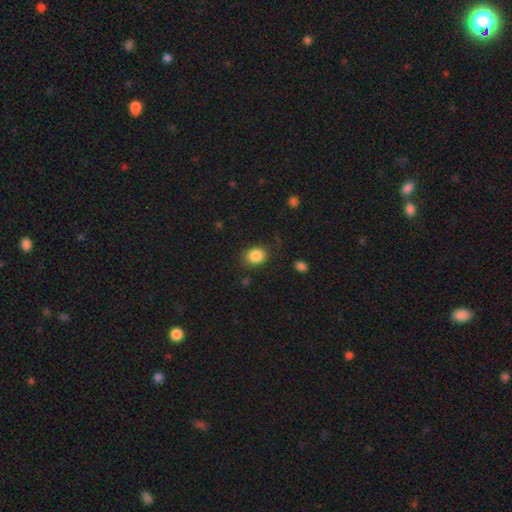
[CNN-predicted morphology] This is clearly a smooth galaxy (86%). How rounded: possibly round (59%). Merging: clearly none (80%).